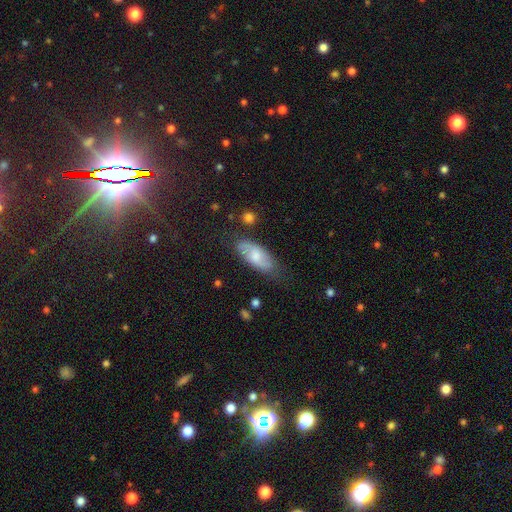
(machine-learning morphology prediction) Smooth or featured? smooth (59%)
How rounded? in between (83%)
Merging? none (69%)